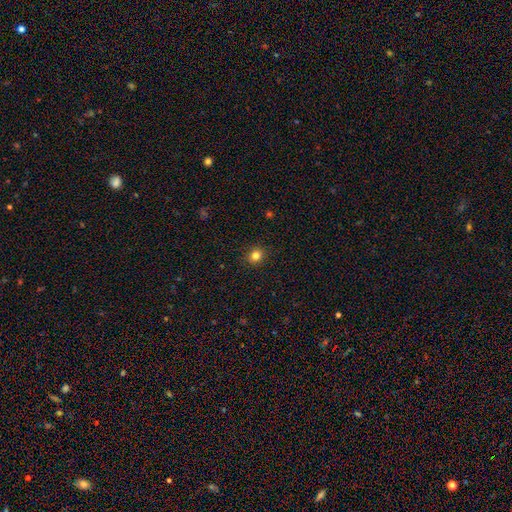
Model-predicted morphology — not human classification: smooth-or-featured: smooth: 82% | star or artifact: 13% | featured or disk: 5%
  how-rounded: round: 84% | in between: 15% | cigar-shaped: 1%
  merging: none: 91% | minor disturbance: 6% | major disturbance: 2% | merger: 1%